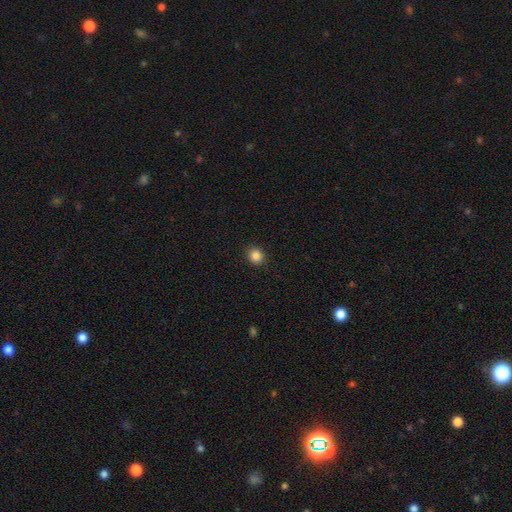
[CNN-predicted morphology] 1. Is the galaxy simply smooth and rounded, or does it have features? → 87% smooth, 10% star or artifact, 3% featured or disk.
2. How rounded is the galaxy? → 83% round, 16% in between, 1% cigar-shaped.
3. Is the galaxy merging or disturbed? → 90% none, 7% minor disturbance, 2% major disturbance, 1% merger.